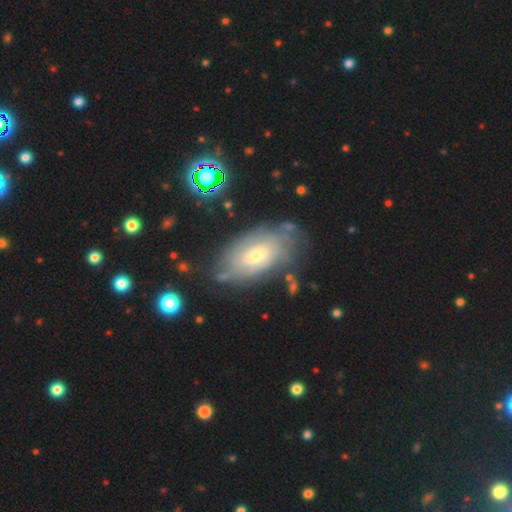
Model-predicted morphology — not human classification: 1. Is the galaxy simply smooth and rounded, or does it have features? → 63% featured or disk, 22% smooth, 15% star or artifact.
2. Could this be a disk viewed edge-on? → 90% no, 10% yes.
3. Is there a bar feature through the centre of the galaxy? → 63% no, 30% weak, 7% strong.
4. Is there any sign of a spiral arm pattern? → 84% yes, 16% no.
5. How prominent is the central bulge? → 48% small, 46% moderate, 4% large, 2% none, 1% dominant.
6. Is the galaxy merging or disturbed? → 77% none, 15% minor disturbance, 5% major disturbance, 3% merger.